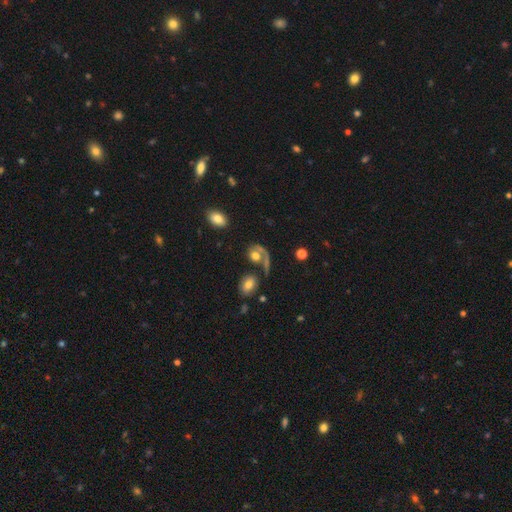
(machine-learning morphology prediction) Smooth or featured? Predicted: smooth (p=0.49). Merging? Predicted: none (p=0.35).